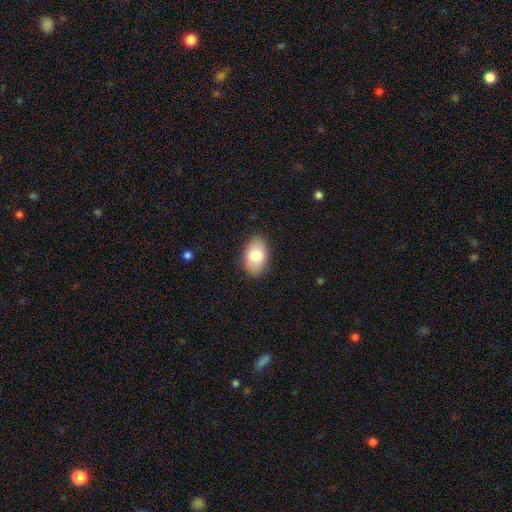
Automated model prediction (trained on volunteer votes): This appears to be a smooth galaxy with no disk features (79%) that is in between round and cigar-shaped (91%). Merging: none (86%).